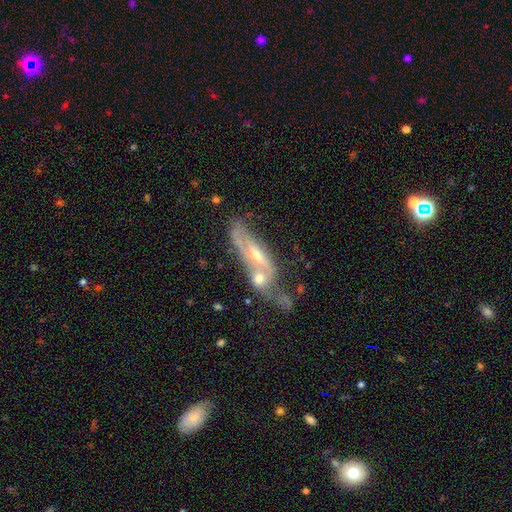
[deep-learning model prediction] Overall: featured or disk (72%). Edge-on disk: no (73%). Bar: no (59%; weak 28%). Spiral arms: yes (62%; no 38%). Bulge size: moderate (52%; small 41%). Merging: merger (35%; none 32%).